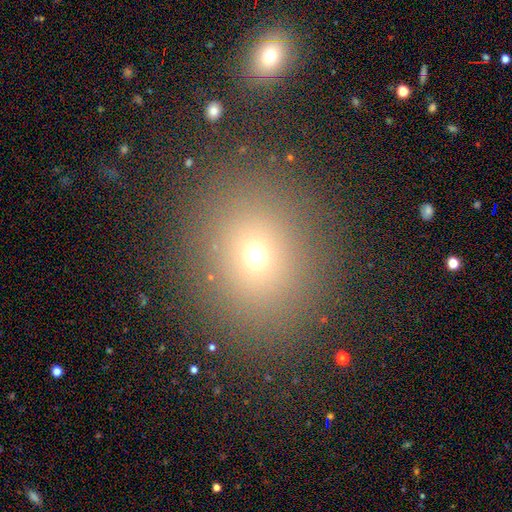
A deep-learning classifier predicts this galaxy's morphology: smooth-or-featured: smooth: 67% | star or artifact: 23% | featured or disk: 10%
  how-rounded: round: 73% | in between: 26% | cigar-shaped: 1%
  merging: none: 86% | minor disturbance: 7% | major disturbance: 4% | merger: 3%